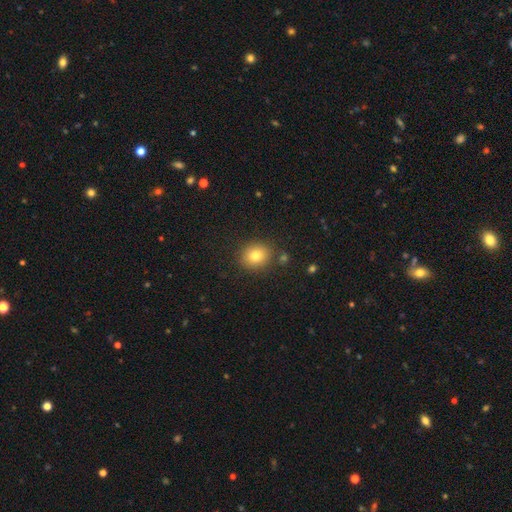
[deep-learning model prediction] Morphology: type=smooth (80%); roundness=round (67%); merging=none (84%).